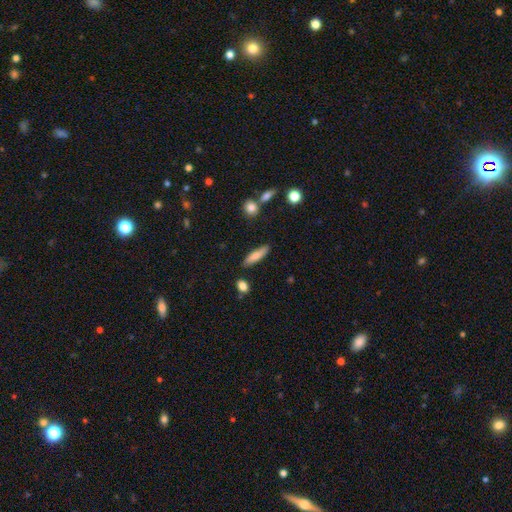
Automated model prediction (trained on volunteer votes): smooth_or_featured: smooth (p=0.77) [alt: featured or disk p=0.16]
how_rounded: cigar-shaped (p=0.72) [alt: in between p=0.26]
merging: none (p=0.83) [alt: minor disturbance p=0.11]